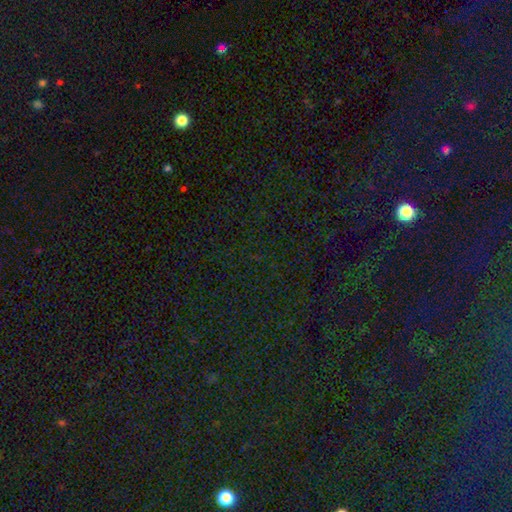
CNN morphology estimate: Overall: star or artifact (81%).